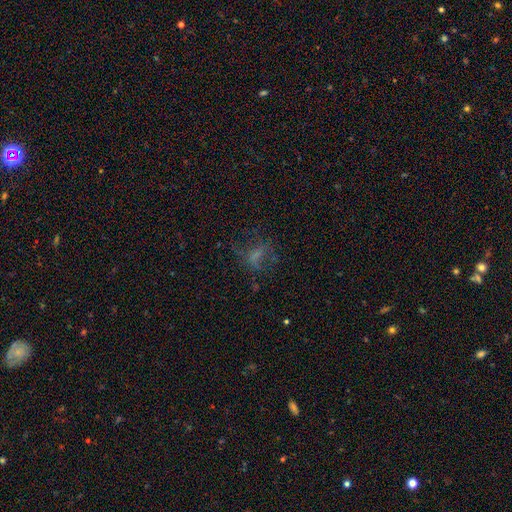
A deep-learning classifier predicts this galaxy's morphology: smooth-or-featured: smooth: 43% | featured or disk: 33% | star or artifact: 25%
  merging: none: 47% | major disturbance: 31% | minor disturbance: 19% | merger: 3%